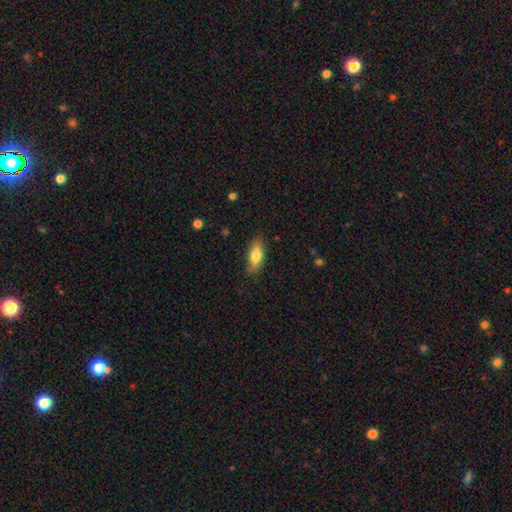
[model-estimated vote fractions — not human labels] smooth-or-featured: smooth: 76% | featured or disk: 17% | star or artifact: 7%
  how-rounded: in between: 78% | cigar-shaped: 19% | round: 3%
  merging: none: 81% | minor disturbance: 15% | major disturbance: 3% | merger: 1%